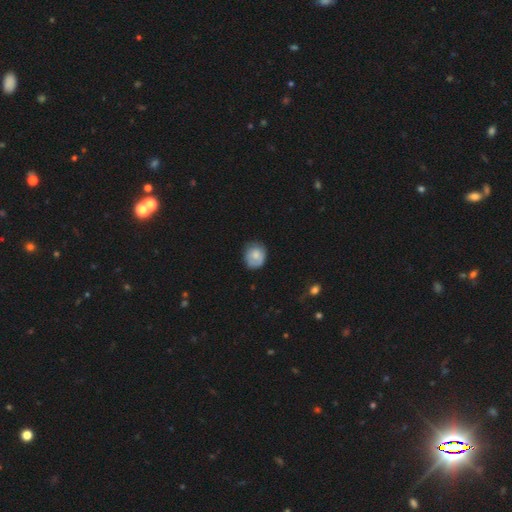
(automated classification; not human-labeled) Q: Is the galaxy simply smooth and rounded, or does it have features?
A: smooth — 71%.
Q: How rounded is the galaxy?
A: round — 67%.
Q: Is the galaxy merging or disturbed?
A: none — 64%.